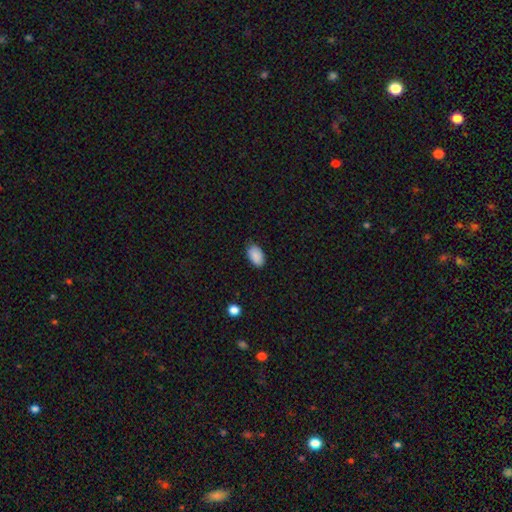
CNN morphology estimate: Q: Smooth or featured?
A: smooth (90%); runner-up: star or artifact (7%)
Q: How rounded?
A: in between (93%); runner-up: round (5%)
Q: Merging?
A: none (84%); runner-up: minor disturbance (13%)